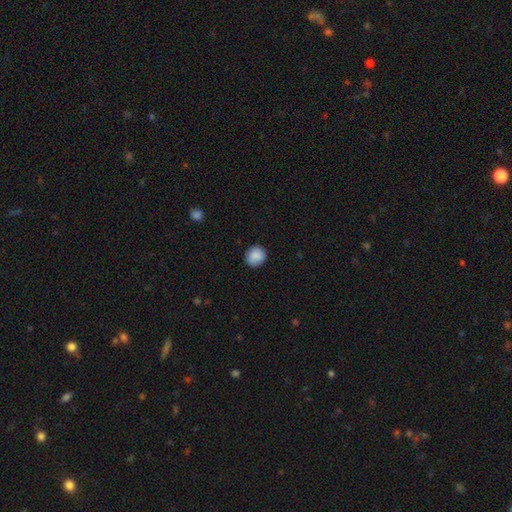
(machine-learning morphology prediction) This appears to be a smooth galaxy with no disk features (88%) that is round (87%). Merging: none (86%).